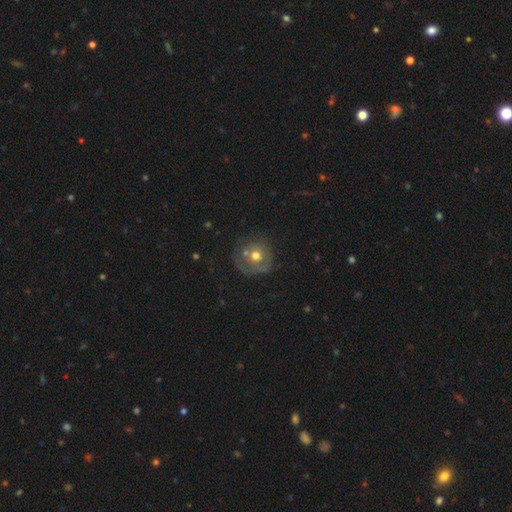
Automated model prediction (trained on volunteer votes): smooth 51%, featured or disk 39%, star or artifact 10%. Down the decision tree: how rounded — round (88%); merging — none (56%).